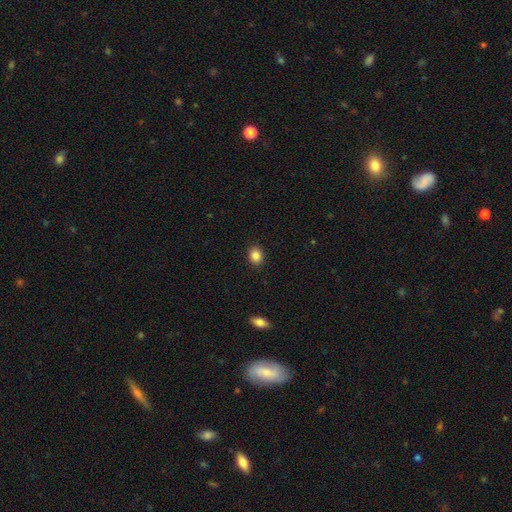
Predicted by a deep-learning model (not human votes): Smooth or featured?
  - smooth: 86% *
  - star or artifact: 10%
  - featured or disk: 5%
How rounded?
  - round: 59% *
  - in between: 40%
  - cigar-shaped: 1%
Merging?
  - none: 90% *
  - minor disturbance: 7%
  - major disturbance: 2%
  - merger: 1%